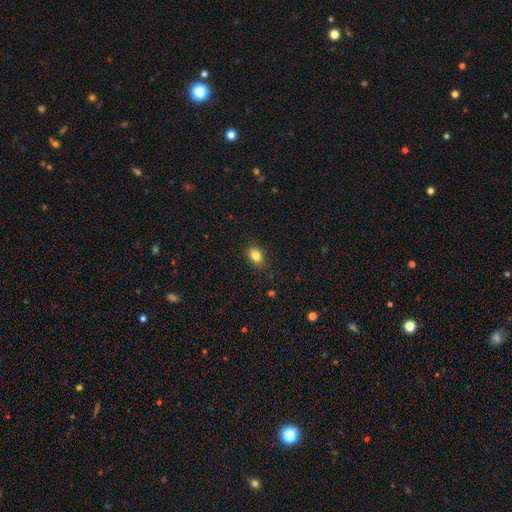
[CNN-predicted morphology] Smooth or featured?
  - smooth: 84% *
  - star or artifact: 9%
  - featured or disk: 7%
How rounded?
  - in between: 81% *
  - round: 18%
  - cigar-shaped: 2%
Merging?
  - none: 87% *
  - minor disturbance: 10%
  - major disturbance: 2%
  - merger: 1%